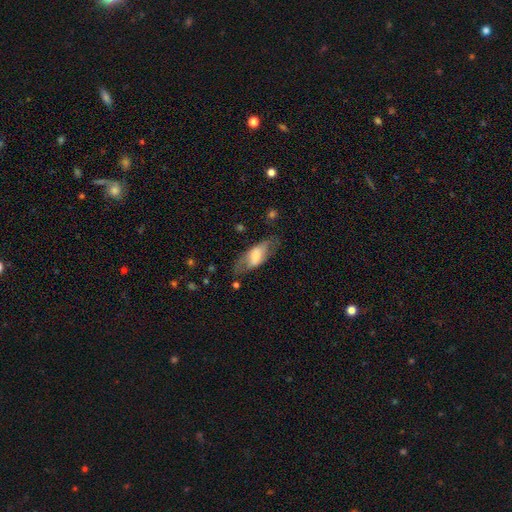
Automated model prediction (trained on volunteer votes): This appears to be a smooth galaxy with no disk features (53%) that is in between round and cigar-shaped (77%). Merging: none (64%).